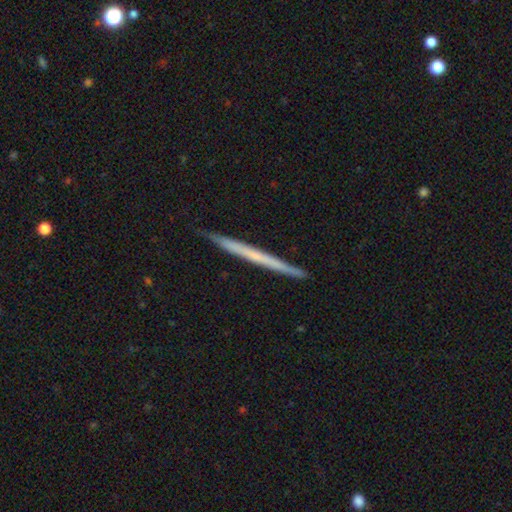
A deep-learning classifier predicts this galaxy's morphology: smooth_or_featured: featured or disk (p=0.54) [alt: smooth p=0.41]
disk_edge_on: yes (p=0.97) [alt: no p=0.03]
edge_on_bulge: none (p=0.89) [alt: rounded p=0.08]
merging: none (p=0.91) [alt: minor disturbance p=0.07]